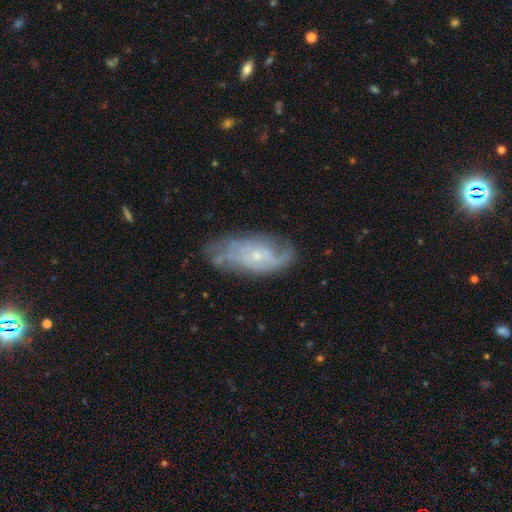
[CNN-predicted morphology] type=featured or disk (74%); edge-on=no (92%); bar=no (73%); spiral arms=yes (82%); winding=tight (43%); arm count=can't tell (47%); bulge=small (74%); merging=none (57%).